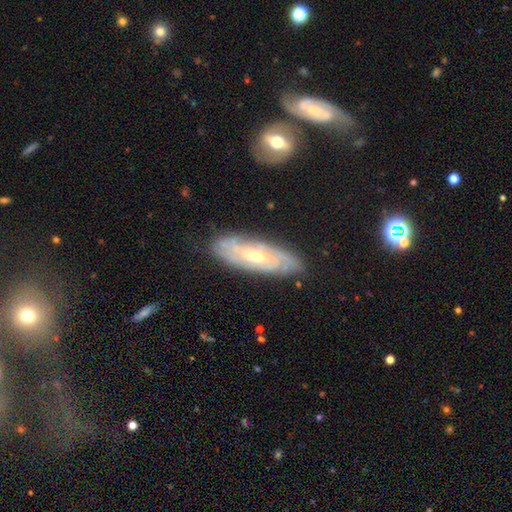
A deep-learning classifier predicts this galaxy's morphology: featured or disk 78%, smooth 16%, star or artifact 6%. Down the decision tree: edge-on disk — no (83%); bar — no (44%); spiral arms — yes (88%); spiral arm count — can't tell (56%); spiral winding — tight (71%); bulge size — moderate (55%); merging — none (81%).